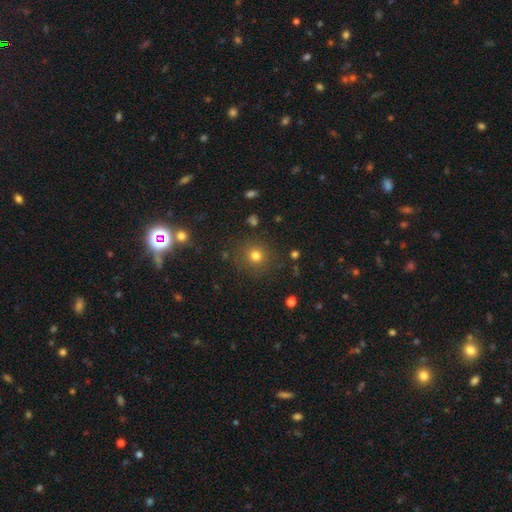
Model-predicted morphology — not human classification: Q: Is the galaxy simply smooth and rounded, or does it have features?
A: smooth — 76%.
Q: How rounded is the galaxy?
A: round — 91%.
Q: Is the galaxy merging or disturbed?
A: none — 86%.